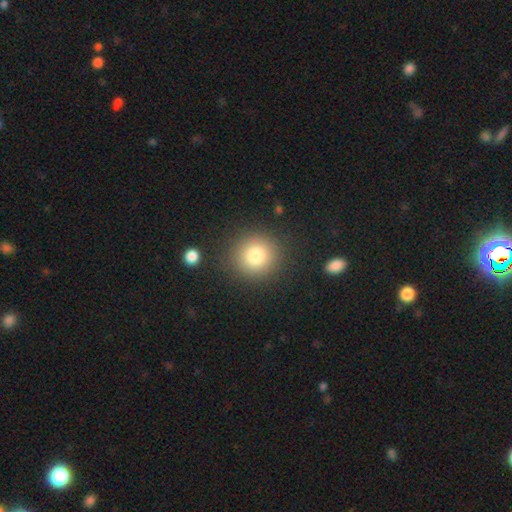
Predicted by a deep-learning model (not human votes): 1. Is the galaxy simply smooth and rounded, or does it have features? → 81% smooth, 12% star or artifact, 8% featured or disk.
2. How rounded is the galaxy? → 93% round, 6% in between, 1% cigar-shaped.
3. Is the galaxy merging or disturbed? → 87% none, 7% minor disturbance, 3% major disturbance, 2% merger.